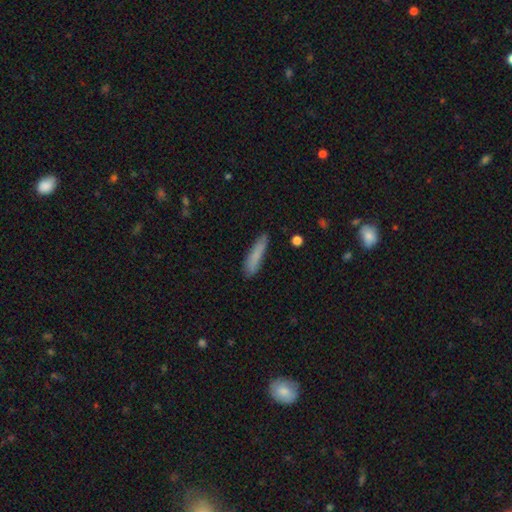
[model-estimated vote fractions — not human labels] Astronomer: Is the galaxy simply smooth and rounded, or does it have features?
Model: smooth — 82%.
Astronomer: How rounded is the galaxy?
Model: cigar-shaped — 86%.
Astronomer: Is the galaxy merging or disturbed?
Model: none — 79%.